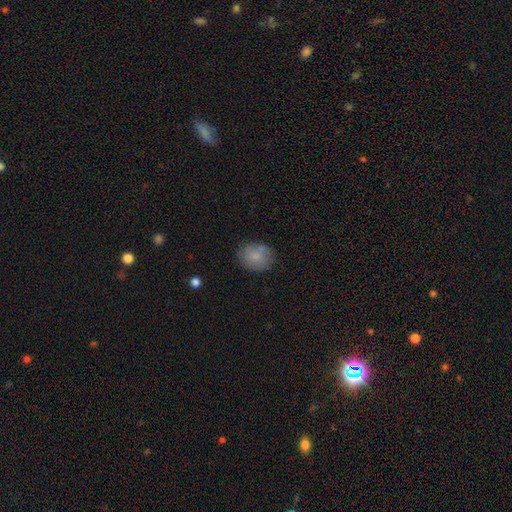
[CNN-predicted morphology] Smooth or featured?
  - smooth: 79% *
  - featured or disk: 13%
  - star or artifact: 8%
How rounded?
  - round: 53% *
  - in between: 46%
  - cigar-shaped: 1%
Merging?
  - none: 72% *
  - minor disturbance: 19%
  - major disturbance: 5%
  - merger: 5%